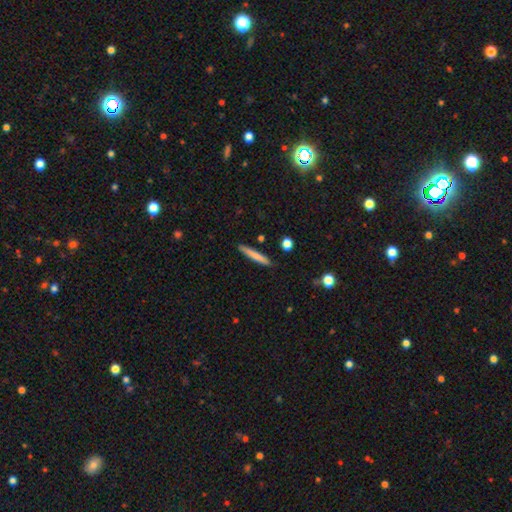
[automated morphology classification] Smooth or featured? smooth (75%)
How rounded? cigar-shaped (94%)
Merging? none (89%)